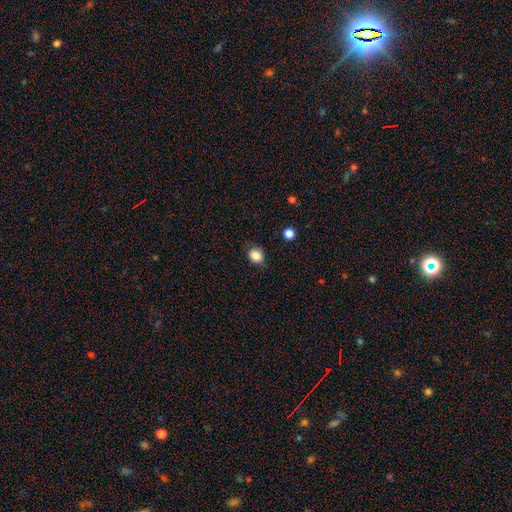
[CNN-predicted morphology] The model was most divided on "how rounded": round: 54%, in between: 45%, cigar-shaped: 1%. More confident: smooth or featured — smooth (86%); merging — none (79%).